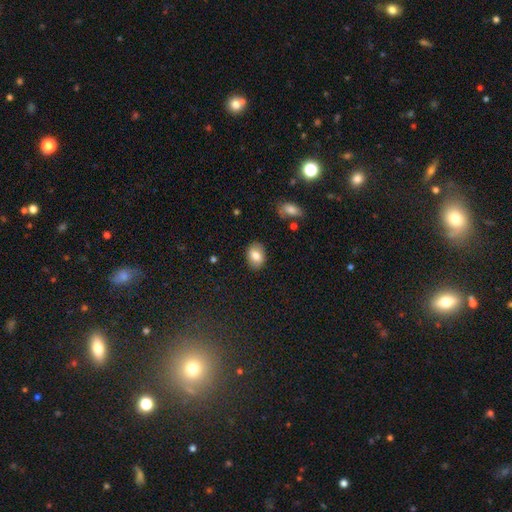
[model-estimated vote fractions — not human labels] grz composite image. It shows a smooth galaxy with no disk features (79%) that is in between round and cigar-shaped (78%). Merging: none (86%).